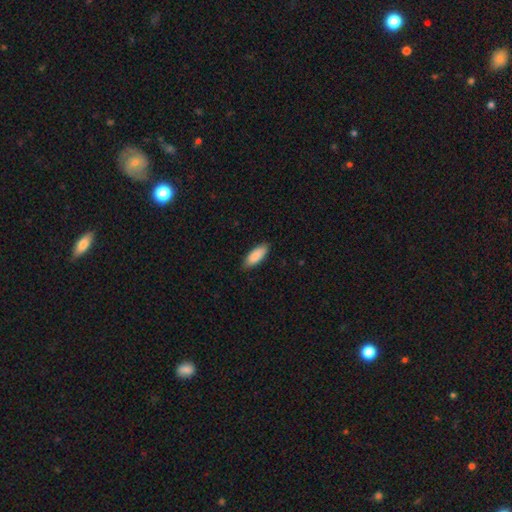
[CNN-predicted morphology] smooth_or_featured: smooth (p=0.89) [alt: star or artifact p=0.05]
how_rounded: in between (p=0.74) [alt: cigar-shaped p=0.25]
merging: none (p=0.85) [alt: minor disturbance p=0.12]